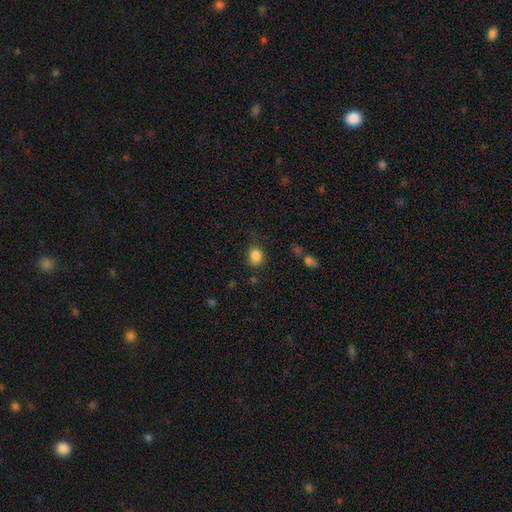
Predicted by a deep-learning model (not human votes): Smooth or featured? smooth (84%)
How rounded? round (60%)
Merging? none (72%)